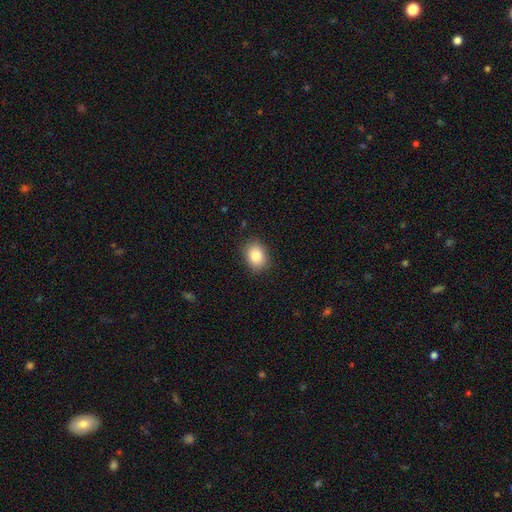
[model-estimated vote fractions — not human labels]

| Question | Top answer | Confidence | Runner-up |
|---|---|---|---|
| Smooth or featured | smooth | 87% | star or artifact (8%) |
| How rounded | in between | 61% | round (38%) |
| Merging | none | 86% | minor disturbance (11%) |